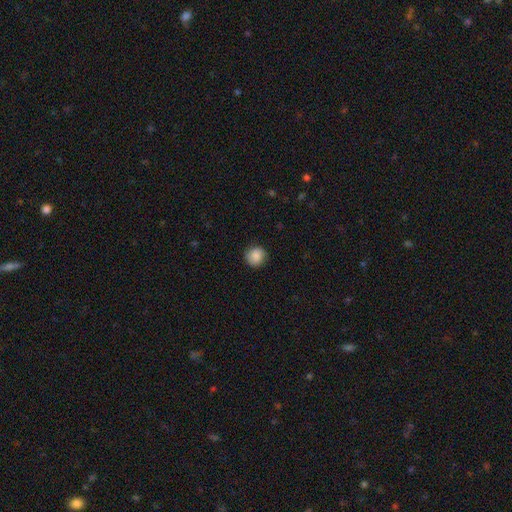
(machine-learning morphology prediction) Overall: smooth (86%). How rounded: round (91%). Merging: none (87%).